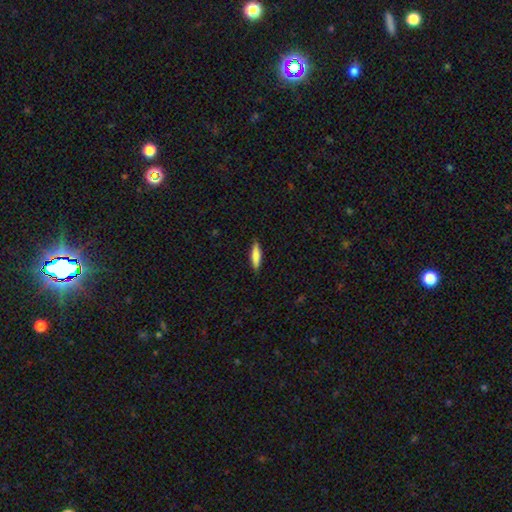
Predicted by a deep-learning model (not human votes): A smooth galaxy with no disk features (78%) that is cigar-shaped (76%). Merging: none (89%).